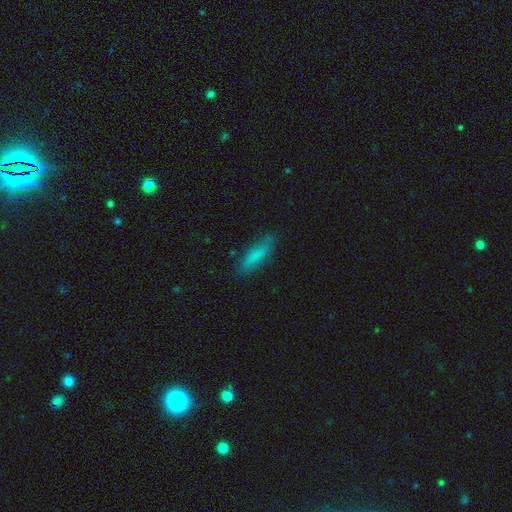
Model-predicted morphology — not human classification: Overall: smooth (77%). How rounded: cigar-shaped (64%; in between 34%). Merging: none (78%).